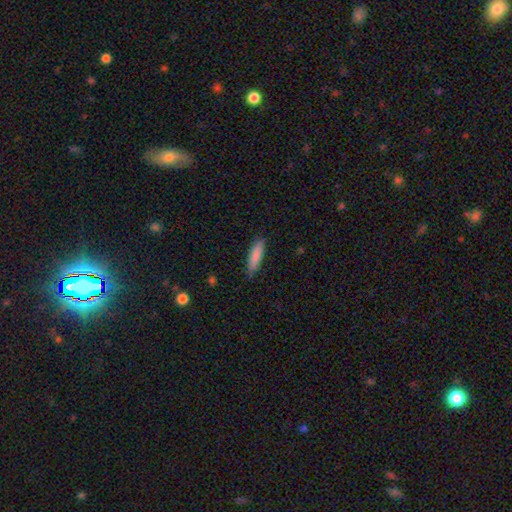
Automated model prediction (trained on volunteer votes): Overall: smooth (84%). How rounded: cigar-shaped (74%). Merging: none (82%).